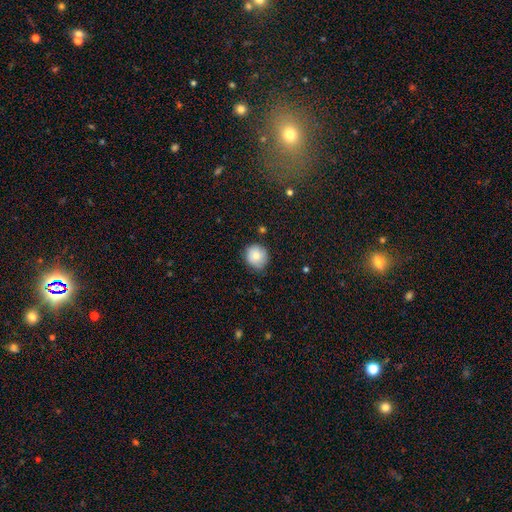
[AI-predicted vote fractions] smooth 79%, featured or disk 12%, star or artifact 9%. Down the decision tree: how rounded — round (89%); merging — none (76%).